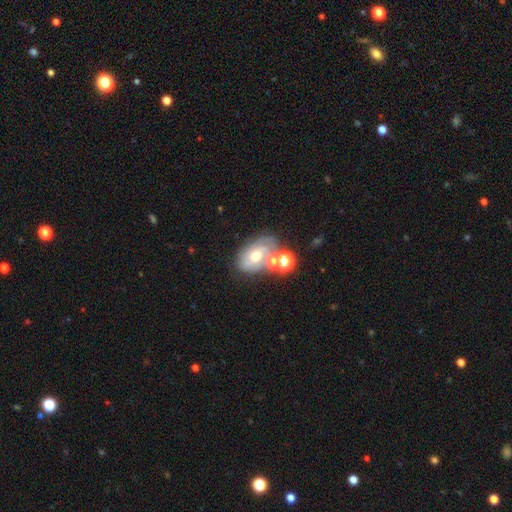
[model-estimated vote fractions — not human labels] This is possibly a featured or disk galaxy (56%). It is clearly not viewed edge-on (95%). Bar: likely no (73%). Spiral arm pattern: likely yes (62%). Central bulge: likely moderate (63%). Merging: marginally none (42%).